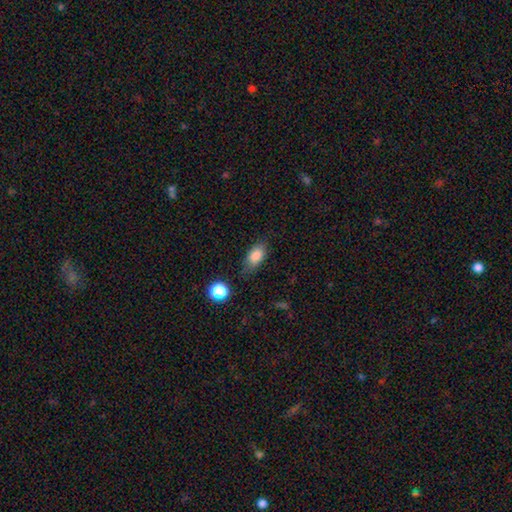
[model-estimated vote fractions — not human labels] Smooth or featured?
  - smooth: 83% *
  - star or artifact: 9%
  - featured or disk: 8%
How rounded?
  - in between: 86% *
  - round: 8%
  - cigar-shaped: 6%
Merging?
  - none: 70% *
  - minor disturbance: 21%
  - major disturbance: 6%
  - merger: 3%